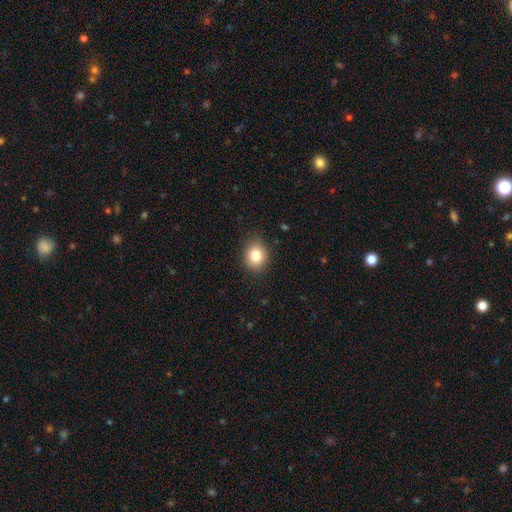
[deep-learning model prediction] Morphology: type=smooth (83%); roundness=round (68%); merging=none (87%).